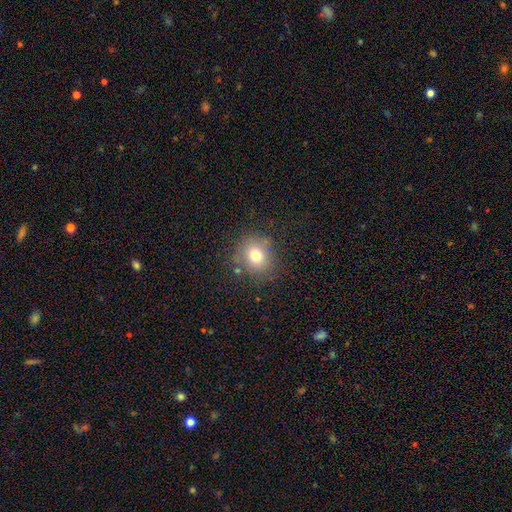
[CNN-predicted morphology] smooth-or-featured: smooth: 75% | star or artifact: 14% | featured or disk: 11%
  how-rounded: round: 78% | in between: 21% | cigar-shaped: 1%
  merging: none: 79% | minor disturbance: 13% | major disturbance: 5% | merger: 3%